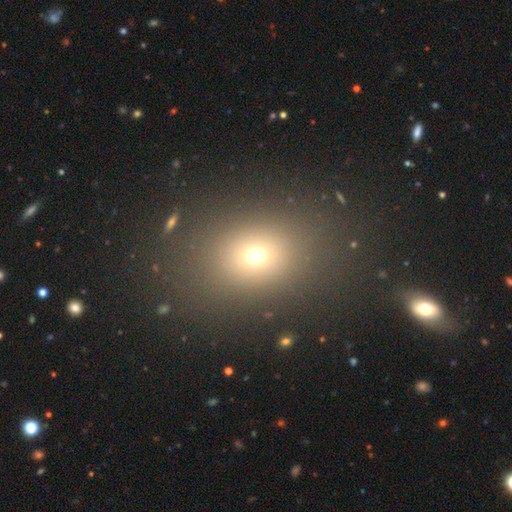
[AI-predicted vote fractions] smooth 66%, star or artifact 23%, featured or disk 11%. Down the decision tree: how rounded — round (51%); merging — none (84%).